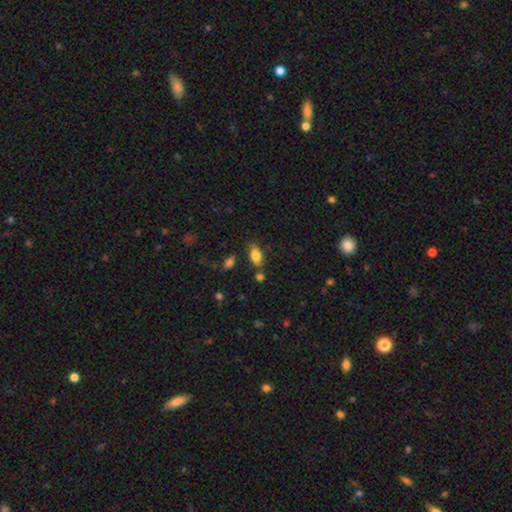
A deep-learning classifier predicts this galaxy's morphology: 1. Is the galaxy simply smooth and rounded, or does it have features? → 80% smooth, 12% featured or disk, 8% star or artifact.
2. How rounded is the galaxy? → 87% in between, 9% cigar-shaped, 4% round.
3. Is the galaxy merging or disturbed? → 75% none, 15% minor disturbance, 7% merger, 4% major disturbance.